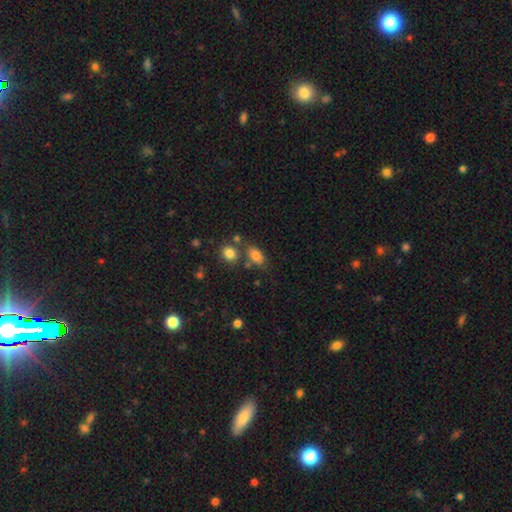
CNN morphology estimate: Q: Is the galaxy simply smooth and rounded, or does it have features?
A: smooth — 81%.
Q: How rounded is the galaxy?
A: in between — 85%.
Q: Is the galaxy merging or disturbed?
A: none — 64%.